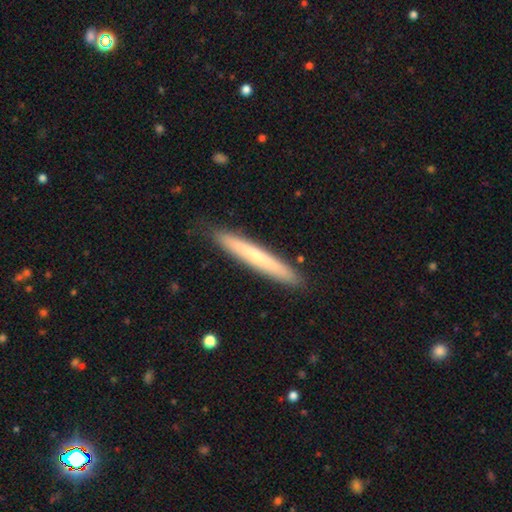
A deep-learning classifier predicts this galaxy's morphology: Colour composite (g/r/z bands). It shows a smooth galaxy with no disk features (57%) that is cigar-shaped (96%). Merging: none (89%).